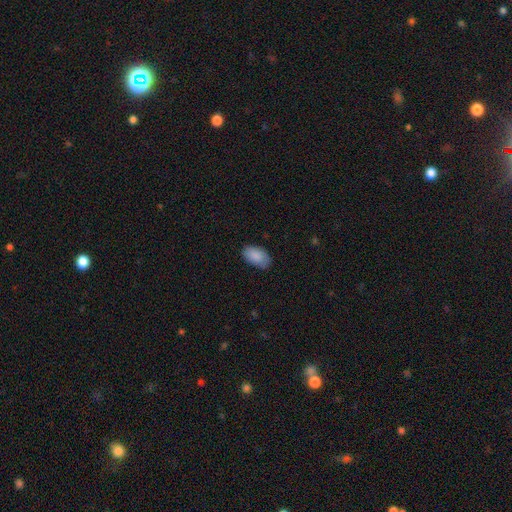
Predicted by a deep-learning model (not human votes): Smooth or featured? smooth (88%)
How rounded? in between (94%)
Merging? none (81%)